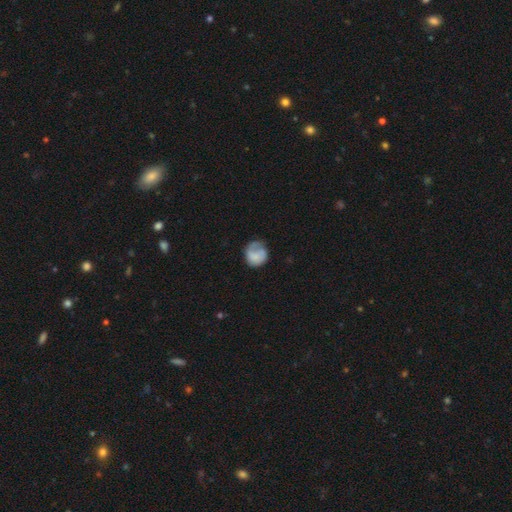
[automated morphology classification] Smooth or featured: smooth — 62% (featured or disk — 30%)
How rounded: round — 74% (in between — 25%)
Merging: none — 44% (minor disturbance — 29%)